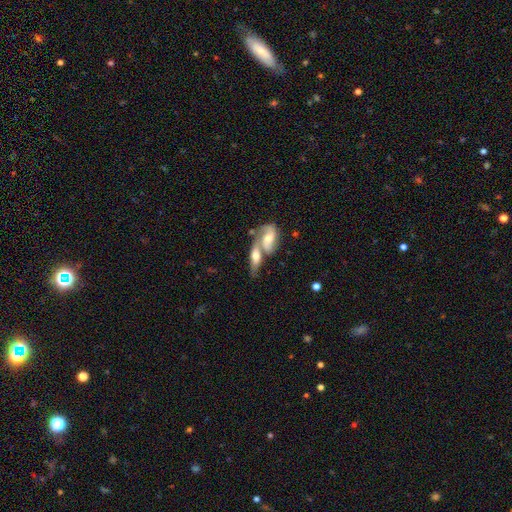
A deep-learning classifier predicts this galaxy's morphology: Smooth or featured: featured or disk — 55% (smooth — 39%)
Edge-on disk: no — 73% (yes — 27%)
Merging: merger — 64% (none — 23%)